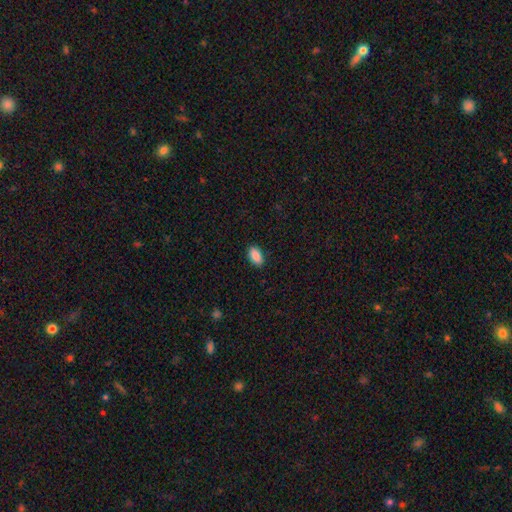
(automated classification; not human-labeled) Smooth or featured? smooth (89%)
How rounded? in between (92%)
Merging? none (89%)